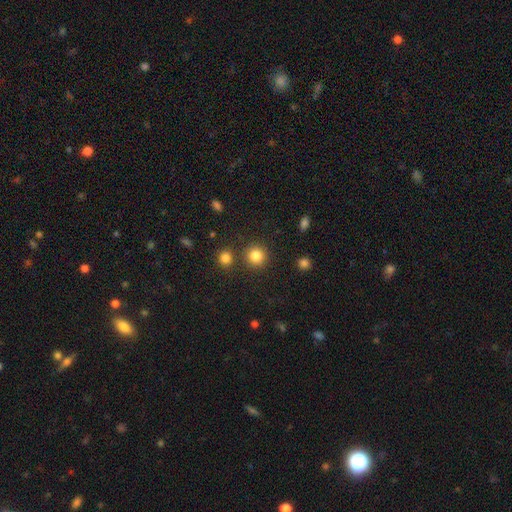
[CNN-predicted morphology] Smooth or featured? Predicted: smooth (p=0.84). How rounded? Predicted: round (p=0.93). Merging? Predicted: none (p=0.86).